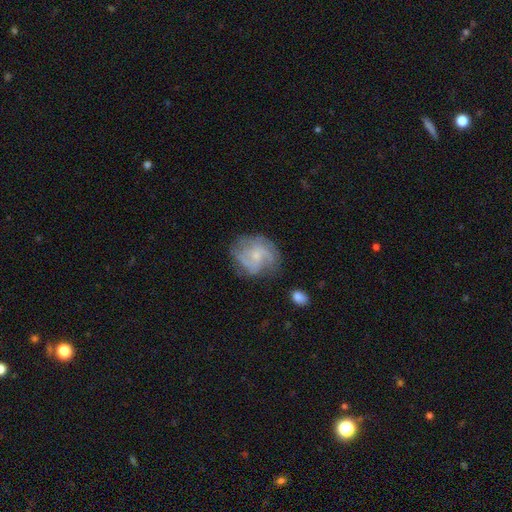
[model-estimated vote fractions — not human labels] Smooth or featured?
  - featured or disk: 74% *
  - smooth: 19%
  - star or artifact: 7%
Edge-on disk?
  - no: 98% *
  - yes: 2%
Bar?
  - no: 67% *
  - weak: 30%
  - strong: 4%
Spiral arms?
  - yes: 90% *
  - no: 10%
Spiral winding?
  - medium: 46% *
  - tight: 35%
  - loose: 20%
Spiral arm count?
  - 3: 30% *
  - can't tell: 27%
  - 2: 22%
  - 4: 10%
  - 1: 5%
  - more than 4: 5%
Bulge size?
  - small: 65% *
  - moderate: 24%
  - none: 9%
  - large: 1%
  - dominant: 1%
Merging?
  - none: 66% *
  - minor disturbance: 21%
  - major disturbance: 11%
  - merger: 2%